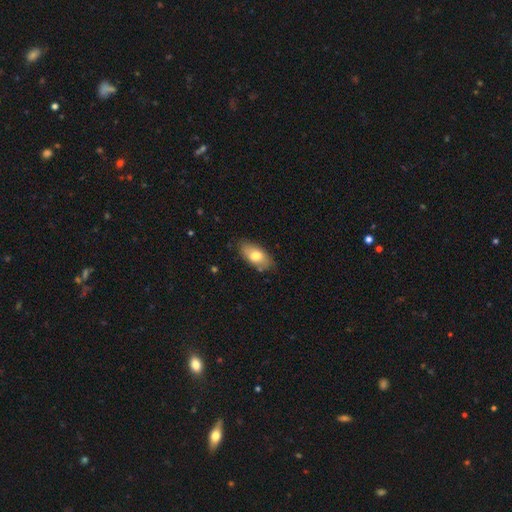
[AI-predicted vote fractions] The model was most divided on "smooth or featured": smooth: 74%, featured or disk: 20%, star or artifact: 6%. More confident: how rounded — in between (91%); merging — none (79%).